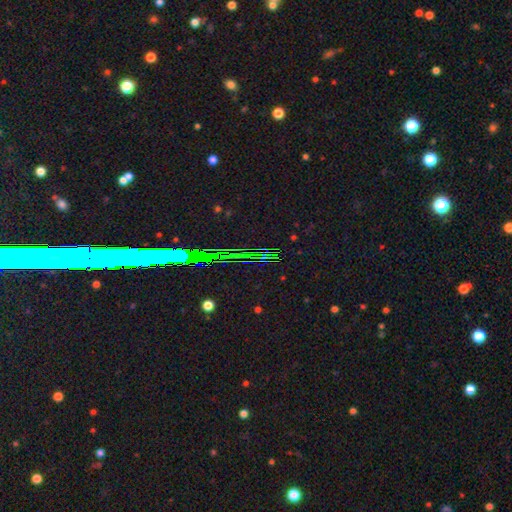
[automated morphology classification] Q: Smooth or featured?
A: star or artifact (75%); runner-up: smooth (13%)